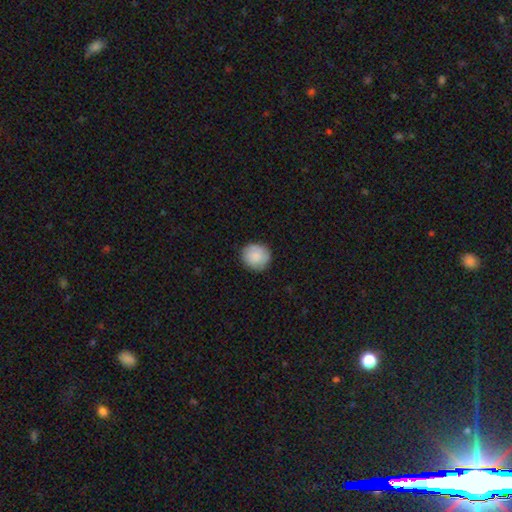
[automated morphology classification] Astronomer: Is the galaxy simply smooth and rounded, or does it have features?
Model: smooth — 85%.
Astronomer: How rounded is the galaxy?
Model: round — 91%.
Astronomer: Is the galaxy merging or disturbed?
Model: none — 86%.